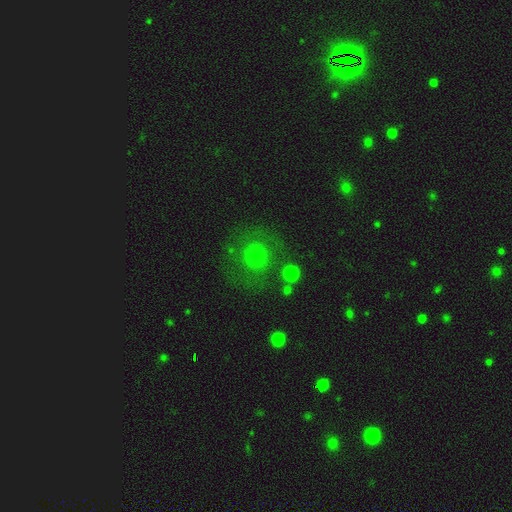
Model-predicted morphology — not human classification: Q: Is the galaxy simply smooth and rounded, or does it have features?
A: smooth — 60%.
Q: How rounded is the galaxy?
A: round — 91%.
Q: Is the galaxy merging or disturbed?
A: none — 74%.